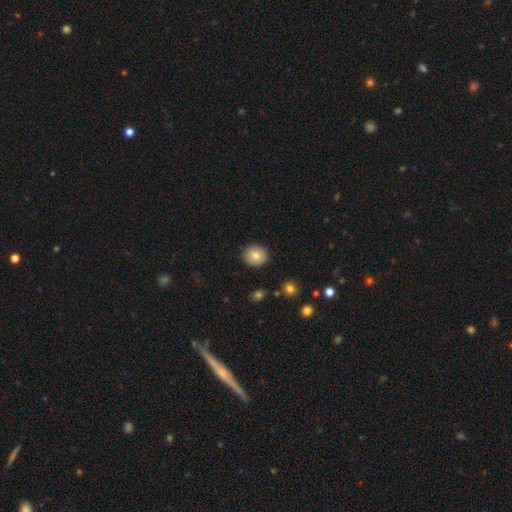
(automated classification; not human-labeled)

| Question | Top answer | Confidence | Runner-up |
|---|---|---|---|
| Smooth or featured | smooth | 81% | featured or disk (10%) |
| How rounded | round | 82% | in between (17%) |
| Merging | none | 89% | minor disturbance (7%) |